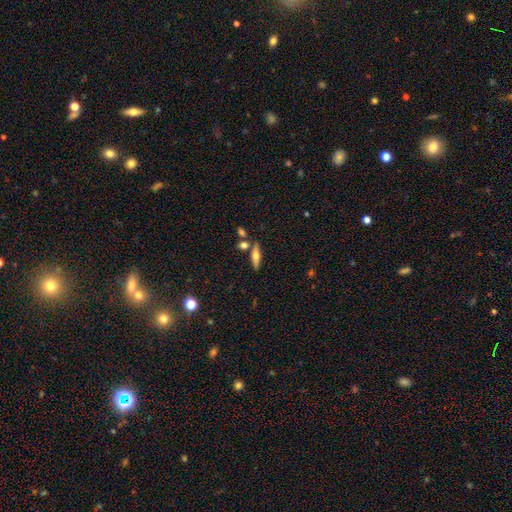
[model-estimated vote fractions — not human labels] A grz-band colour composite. It shows a featured or disk galaxy (50%) viewed edge-on (91%). Merging: none (75%).